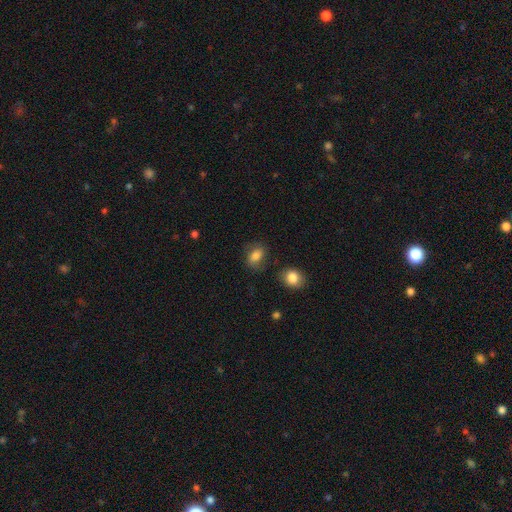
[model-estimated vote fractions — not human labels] smooth-or-featured: smooth: 78% | featured or disk: 12% | star or artifact: 10%
  how-rounded: in between: 76% | round: 22% | cigar-shaped: 2%
  merging: none: 73% | minor disturbance: 17% | major disturbance: 6% | merger: 4%